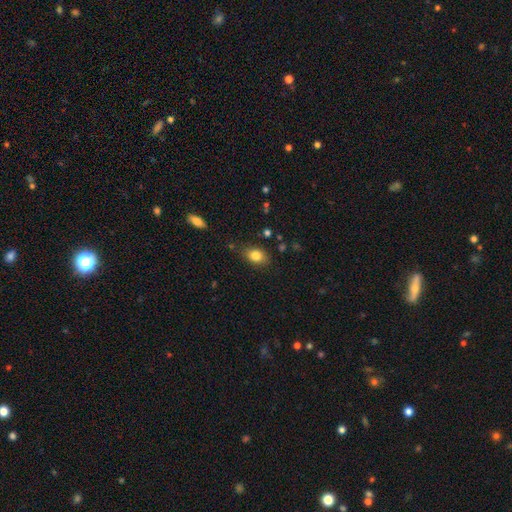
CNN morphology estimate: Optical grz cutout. It shows a smooth galaxy with no disk features (82%) that is in between round and cigar-shaped (78%). Merging: none (79%).